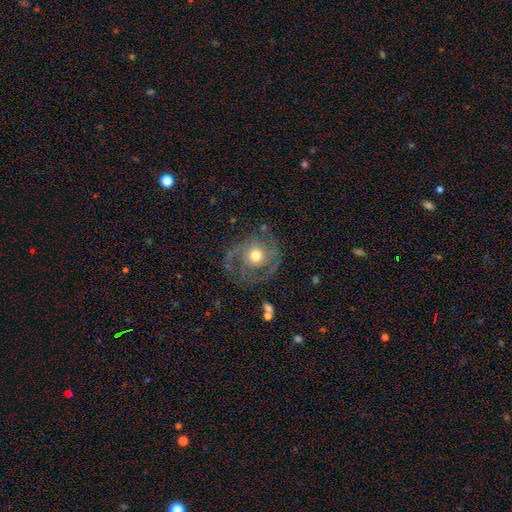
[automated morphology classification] Q: Smooth or featured?
A: featured or disk (65%); runner-up: smooth (27%)
Q: Edge-on disk?
A: no (97%); runner-up: yes (3%)
Q: Bar?
A: no (82%); runner-up: weak (14%)
Q: Spiral arms?
A: yes (74%); runner-up: no (26%)
Q: Bulge size?
A: moderate (73%); runner-up: large (13%)
Q: Merging?
A: none (64%); runner-up: minor disturbance (18%)